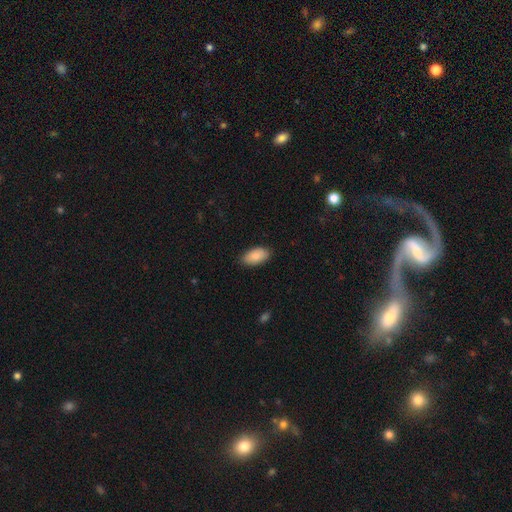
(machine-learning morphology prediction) Smooth or featured? Predicted: smooth (p=0.87). How rounded? Predicted: in between (p=0.94). Merging? Predicted: none (p=0.87).